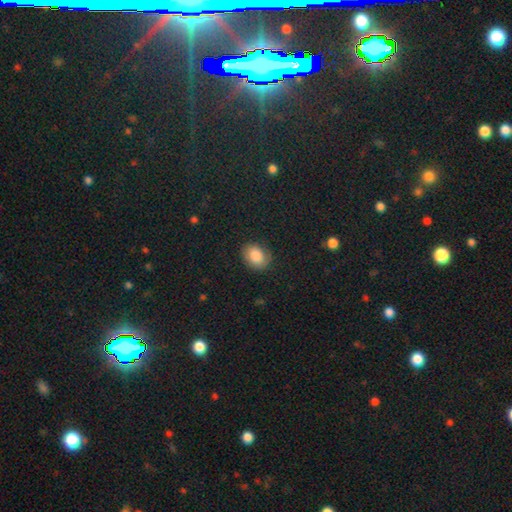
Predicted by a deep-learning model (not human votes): A smooth galaxy with no disk features (82%) that is in between round and cigar-shaped (62%).

Vote fractions:
- Smooth or featured? smooth: 82% / featured or disk: 9% / star or artifact: 9%
- How rounded? in between: 62% / round: 37% / cigar-shaped: 1%
- Merging? none: 80% / minor disturbance: 15% / major disturbance: 4% / merger: 1%